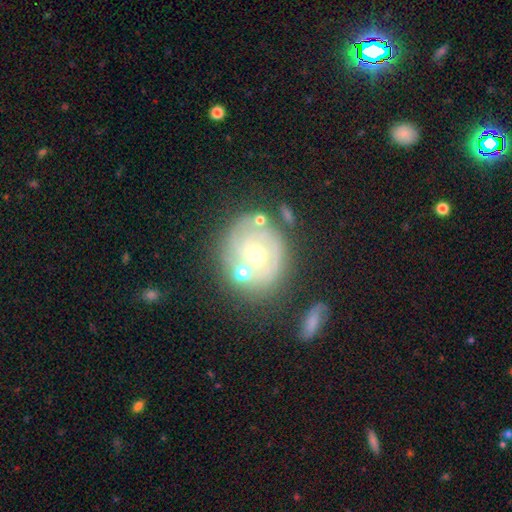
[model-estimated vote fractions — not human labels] A featured or disk galaxy (65%) with no bar (83%), spiral arms (69%) and a small central bulge (48%).

Vote fractions:
- Smooth or featured? featured or disk: 65% / smooth: 26% / star or artifact: 9%
- Edge-on disk? no: 97% / yes: 3%
- Bar? no: 83% / weak: 13% / strong: 3%
- Spiral arms? yes: 69% / no: 31%
- Bulge size? small: 48% / moderate: 47% / large: 2% / none: 1% / dominant: 1%
- Merging? none: 63% / minor disturbance: 17% / merger: 12% / major disturbance: 8%